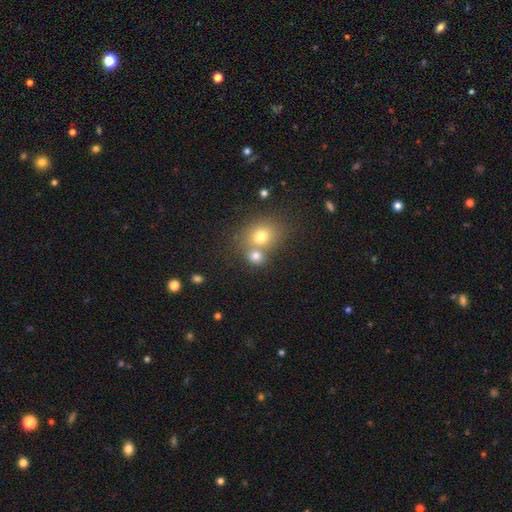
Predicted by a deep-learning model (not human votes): Smooth or featured? smooth (76%)
How rounded? round (68%)
Merging? merger (46%)